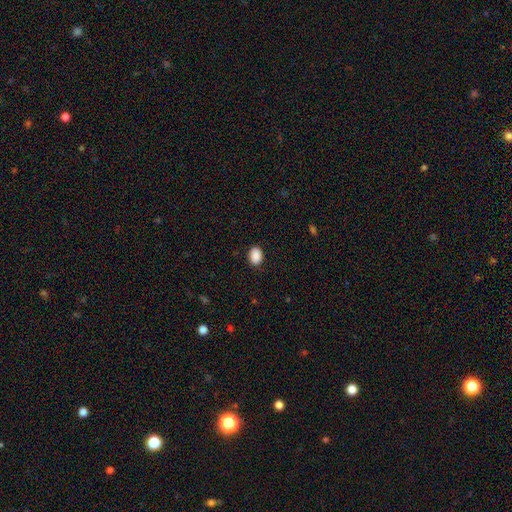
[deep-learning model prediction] Morphology: type=smooth (90%); roundness=in between (73%); merging=none (88%).